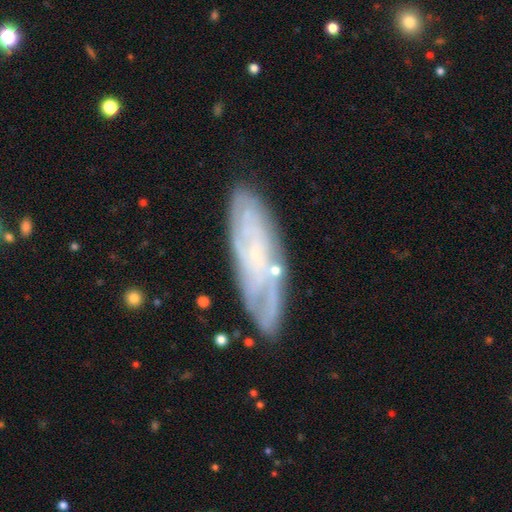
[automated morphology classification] type=featured or disk (65%); edge-on=no (78%); bar=no (72%); spiral arms=yes (74%); bulge=small (76%); merging=none (75%).